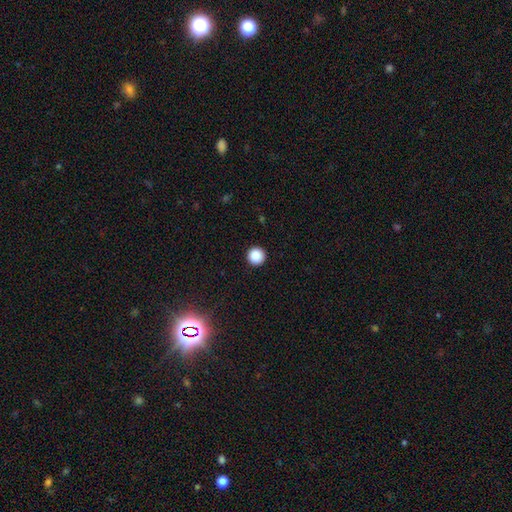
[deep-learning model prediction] A smooth galaxy with no disk features (87%) that is round (97%).

Vote fractions:
- Smooth or featured? smooth: 87% / star or artifact: 10% / featured or disk: 3%
- How rounded? round: 97% / in between: 2% / cigar-shaped: 1%
- Merging? none: 94% / minor disturbance: 4% / major disturbance: 2% / merger: 1%